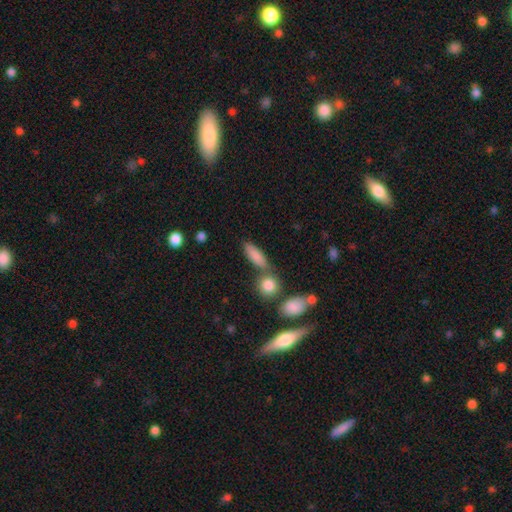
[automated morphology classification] This is clearly a smooth galaxy (84%). How rounded: possibly in between (59%). Merging: likely none (63%).